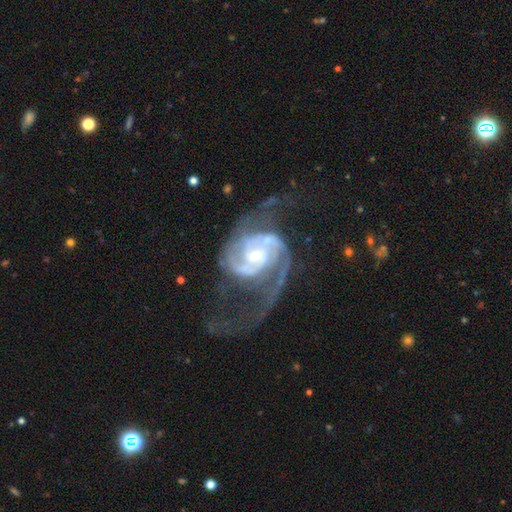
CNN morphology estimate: Overall: featured or disk (91%). Edge-on disk: no (98%). Bar: no (45%; weak 39%). Spiral arms: yes (98%). Spiral arm count: 2 (73%). Spiral winding: medium (48%; tight 28%). Bulge size: small (47%, tied with moderate). Merging: none (43%; major disturbance 36%).